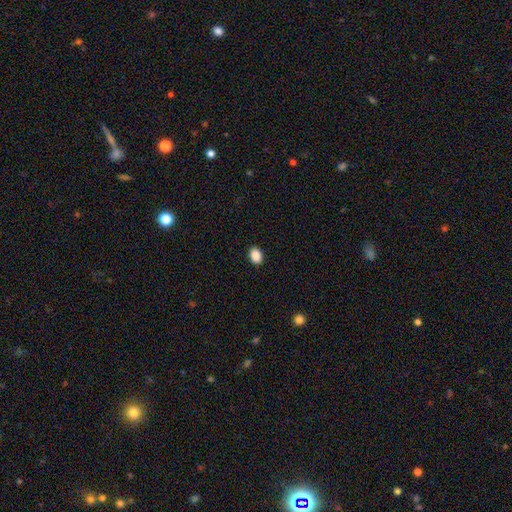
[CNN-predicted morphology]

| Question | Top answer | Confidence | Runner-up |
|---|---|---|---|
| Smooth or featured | smooth | 89% | star or artifact (8%) |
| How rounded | in between | 75% | round (24%) |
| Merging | none | 90% | minor disturbance (7%) |